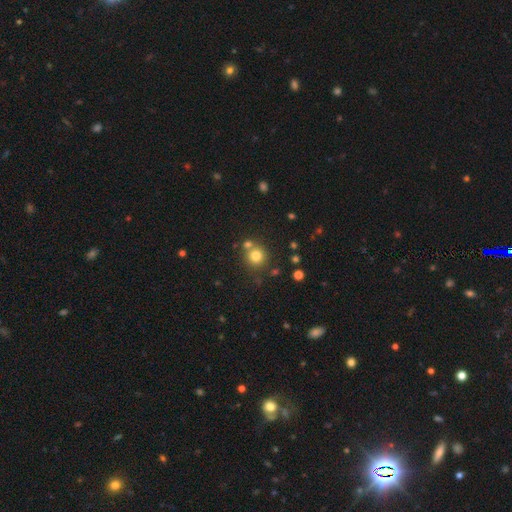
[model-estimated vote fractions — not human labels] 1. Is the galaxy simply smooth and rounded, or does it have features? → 78% smooth, 13% star or artifact, 8% featured or disk.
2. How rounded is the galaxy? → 91% round, 8% in between, 1% cigar-shaped.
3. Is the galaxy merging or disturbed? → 68% none, 20% merger, 9% minor disturbance, 3% major disturbance.